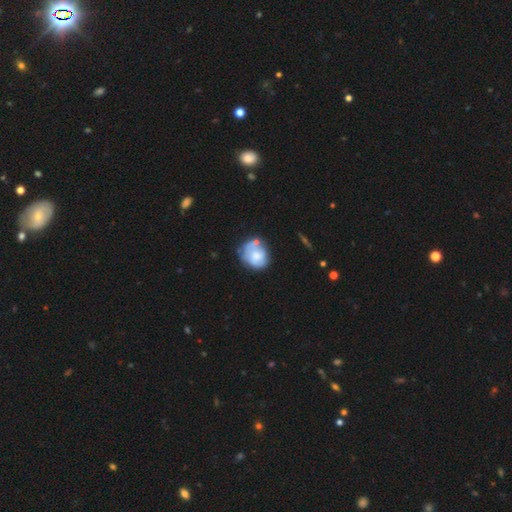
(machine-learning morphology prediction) Overall: smooth (52%; featured or disk 41%). How rounded: round (69%; in between 30%). Merging: none (48%; minor disturbance 28%).